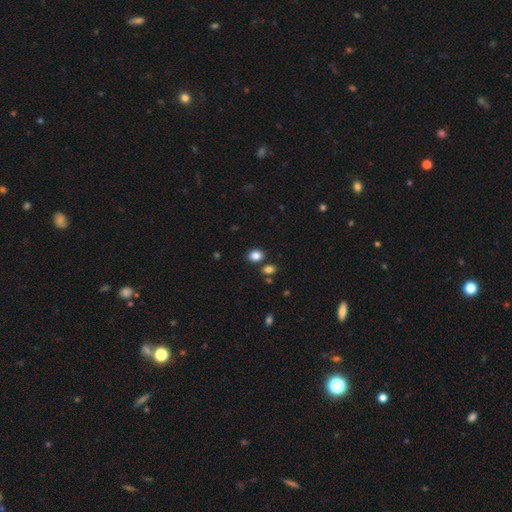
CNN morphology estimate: Smooth or featured: smooth — 84% (star or artifact — 11%)
How rounded: round — 50% (in between — 49%)
Merging: none — 80% (minor disturbance — 9%)